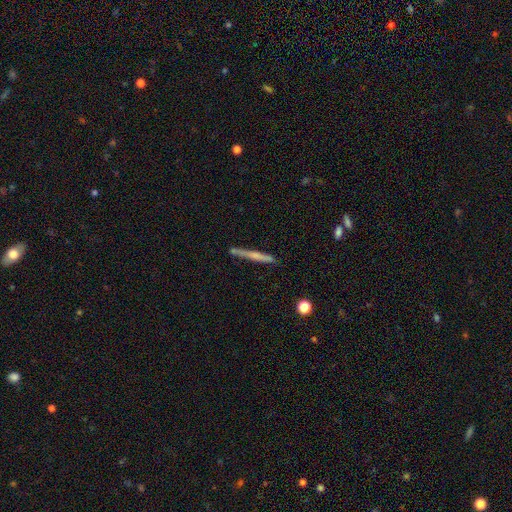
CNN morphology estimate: smooth_or_featured: featured or disk (p=0.54) [alt: smooth p=0.40]
disk_edge_on: yes (p=0.97) [alt: no p=0.03]
edge_on_bulge: none (p=0.46) [alt: rounded p=0.43]
merging: none (p=0.85) [alt: minor disturbance p=0.10]